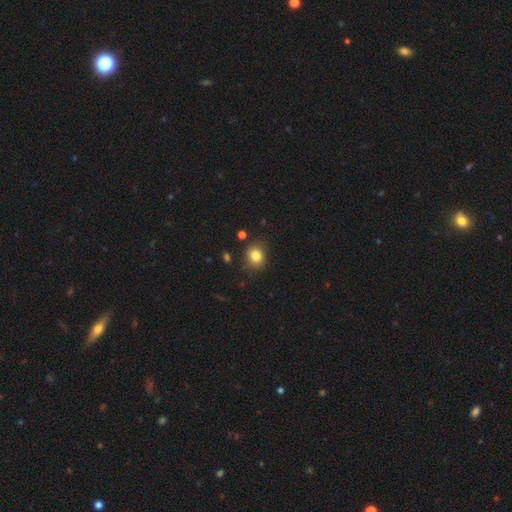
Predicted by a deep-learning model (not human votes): Q: Smooth or featured?
A: smooth (82%); runner-up: star or artifact (11%)
Q: How rounded?
A: round (69%); runner-up: in between (30%)
Q: Merging?
A: none (80%); runner-up: minor disturbance (14%)